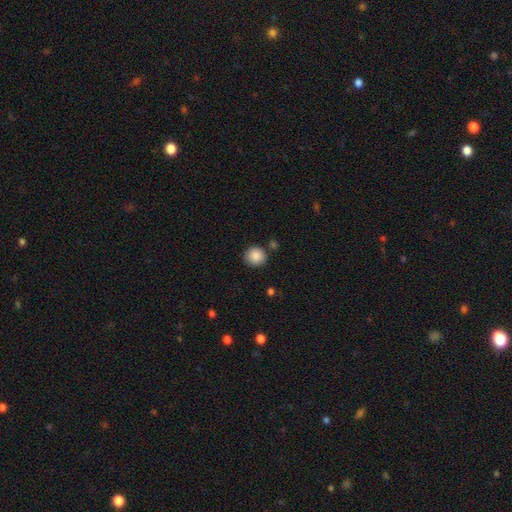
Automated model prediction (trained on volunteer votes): smooth 88%, star or artifact 8%, featured or disk 4%. Down the decision tree: how rounded — round (91%); merging — none (85%).